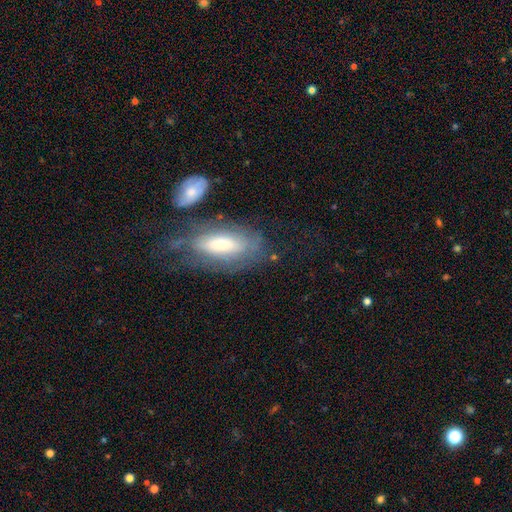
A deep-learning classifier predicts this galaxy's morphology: Smooth or featured? Predicted: featured or disk (p=0.51). Edge-on disk? Predicted: no (p=0.78). Merging? Predicted: none (p=0.51).